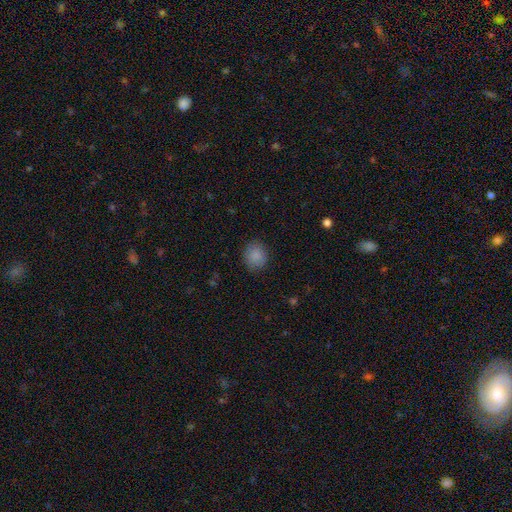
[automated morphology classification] smooth-or-featured: smooth: 87% | star or artifact: 9% | featured or disk: 4%
  how-rounded: round: 82% | in between: 17% | cigar-shaped: 1%
  merging: none: 87% | minor disturbance: 9% | major disturbance: 3% | merger: 1%